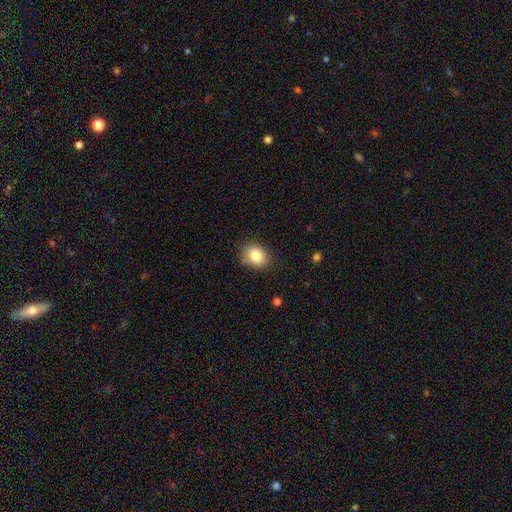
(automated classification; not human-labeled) smooth_or_featured: smooth (p=0.83) [alt: star or artifact p=0.09]
how_rounded: in between (p=0.52) [alt: round p=0.47]
merging: none (p=0.83) [alt: minor disturbance p=0.13]